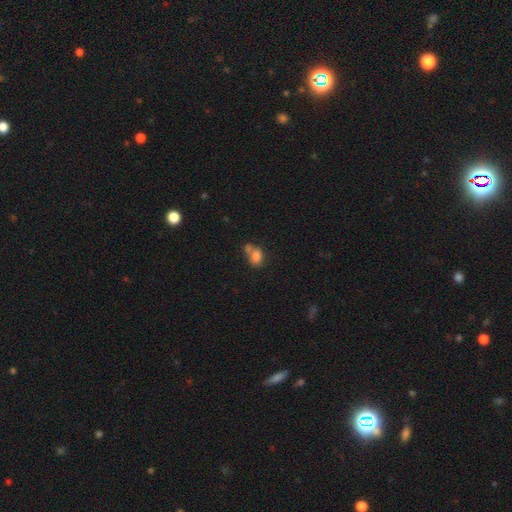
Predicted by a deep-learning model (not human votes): Morphology: type=smooth (81%); roundness=in between (74%); merging=merger (47%).